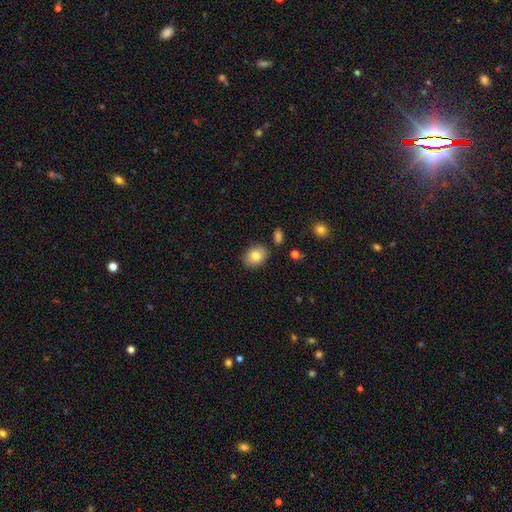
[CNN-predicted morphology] A smooth galaxy with no disk features (81%) that is in between round and cigar-shaped (70%). Merging: none (84%).